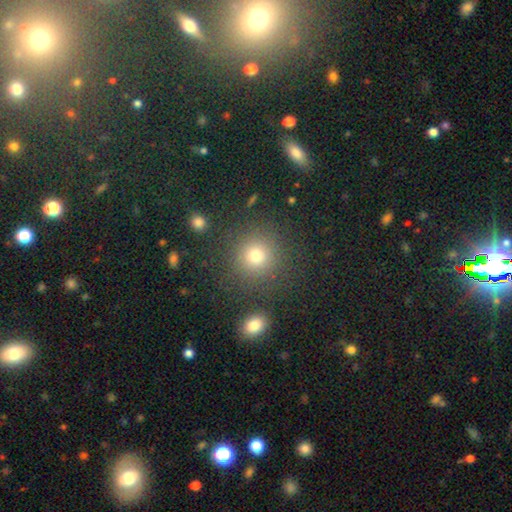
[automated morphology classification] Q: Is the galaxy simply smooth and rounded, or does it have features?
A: smooth — 75%.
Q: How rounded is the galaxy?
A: round — 91%.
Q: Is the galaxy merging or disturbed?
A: none — 85%.